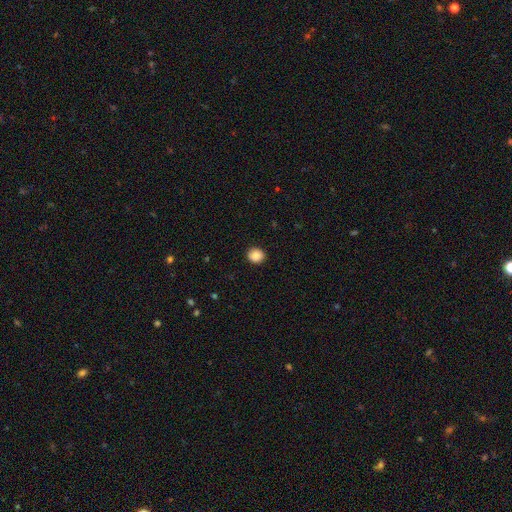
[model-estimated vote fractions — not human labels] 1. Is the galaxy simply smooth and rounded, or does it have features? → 88% smooth, 9% star or artifact, 3% featured or disk.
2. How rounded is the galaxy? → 82% round, 17% in between, 1% cigar-shaped.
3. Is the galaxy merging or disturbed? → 91% none, 6% minor disturbance, 2% major disturbance, 1% merger.